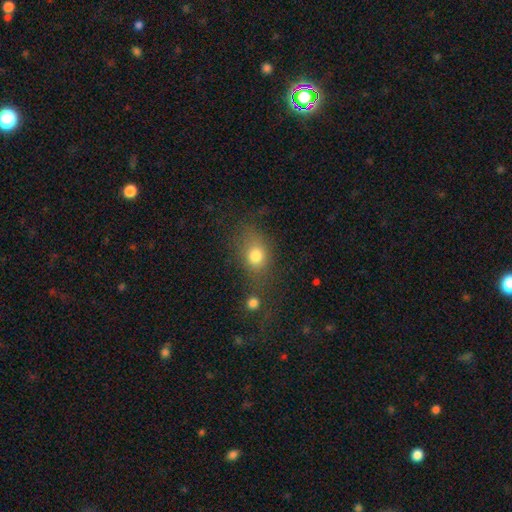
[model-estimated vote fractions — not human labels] Overall: smooth (77%). How rounded: in between (55%; round 42%). Merging: none (55%; minor disturbance 18%).